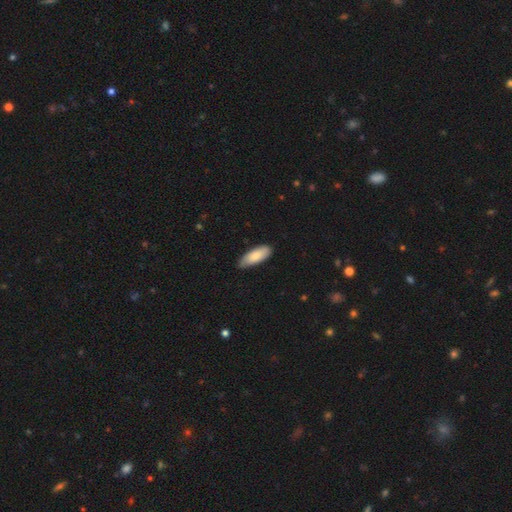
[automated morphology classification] Q: Smooth or featured?
A: smooth (86%); runner-up: featured or disk (9%)
Q: How rounded?
A: in between (74%); runner-up: cigar-shaped (25%)
Q: Merging?
A: none (80%); runner-up: minor disturbance (17%)